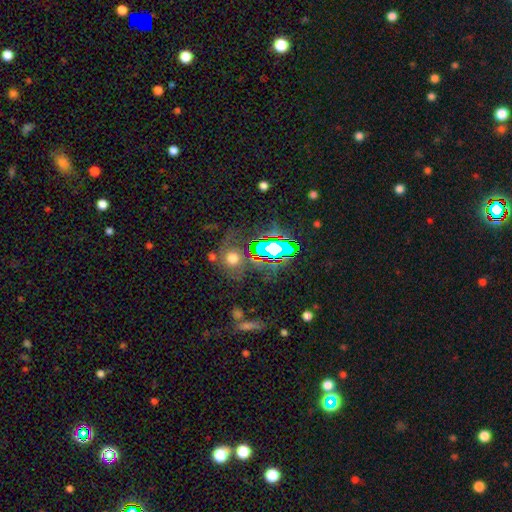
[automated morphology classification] Q: Smooth or featured?
A: star or artifact (55%); runner-up: smooth (28%)